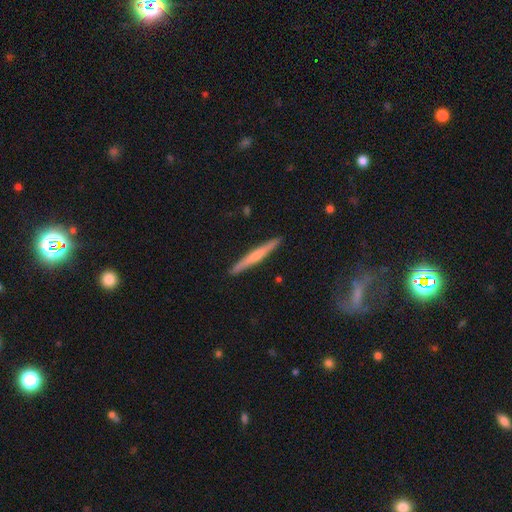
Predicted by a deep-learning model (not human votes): Overall: featured or disk (51%; smooth 43%). Edge-on disk: yes (97%). Merging: none (91%).